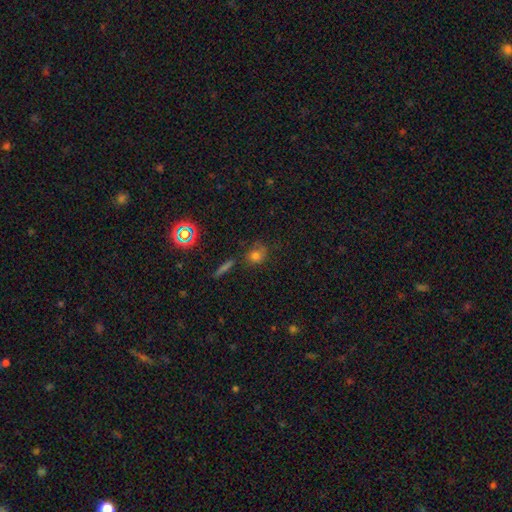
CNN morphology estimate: Overall: smooth (68%). How rounded: round (74%). Merging: none (63%).